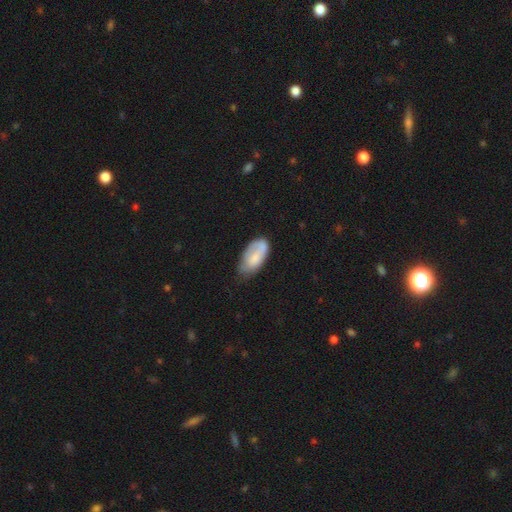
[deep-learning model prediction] This appears to be a smooth galaxy with no disk features (68%) that is in between round and cigar-shaped (93%). Merging: none (48%).